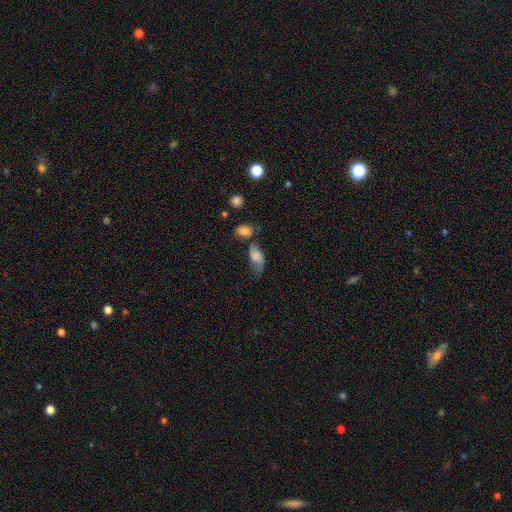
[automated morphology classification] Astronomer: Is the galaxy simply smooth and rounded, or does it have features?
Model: smooth — 52% (runner-up: featured or disk, 37%).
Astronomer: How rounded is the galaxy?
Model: in between — 85%.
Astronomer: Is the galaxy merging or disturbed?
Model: none — 34% (runner-up: minor disturbance, 25%).